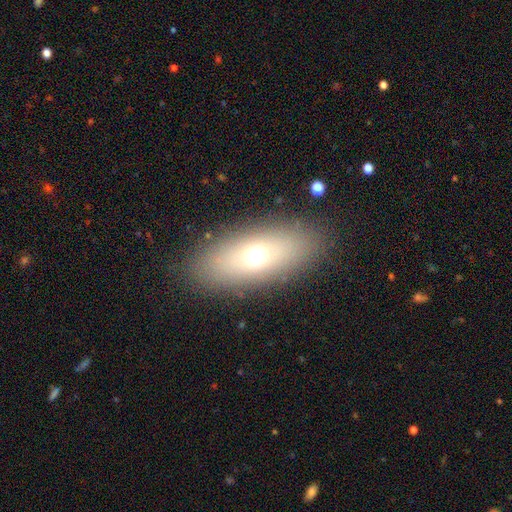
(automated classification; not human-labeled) Smooth or featured? Predicted: smooth (p=0.64). How rounded? Predicted: in between (p=0.77). Merging? Predicted: none (p=0.86).